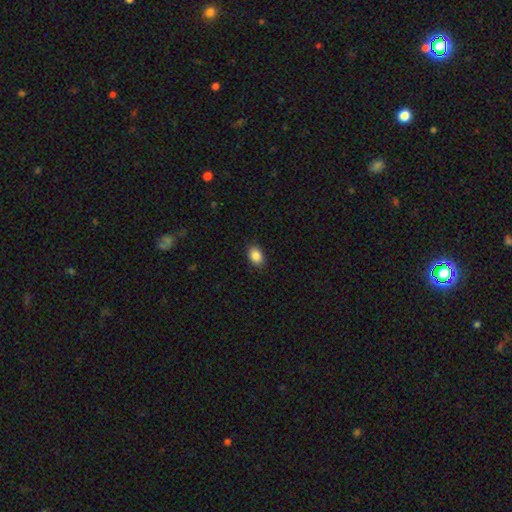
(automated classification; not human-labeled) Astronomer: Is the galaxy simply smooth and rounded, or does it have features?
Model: smooth — 88%.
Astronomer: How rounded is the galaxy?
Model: in between — 77%.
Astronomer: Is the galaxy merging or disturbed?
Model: none — 89%.